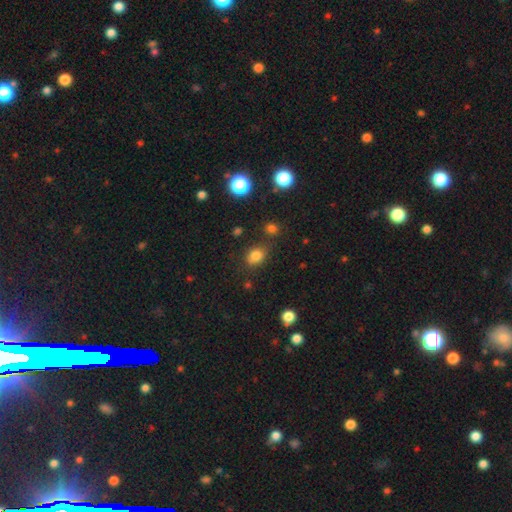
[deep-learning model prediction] The model was most divided on "how rounded": in between: 55%, round: 43%, cigar-shaped: 1%. More confident: smooth or featured — smooth (79%); merging — none (75%).